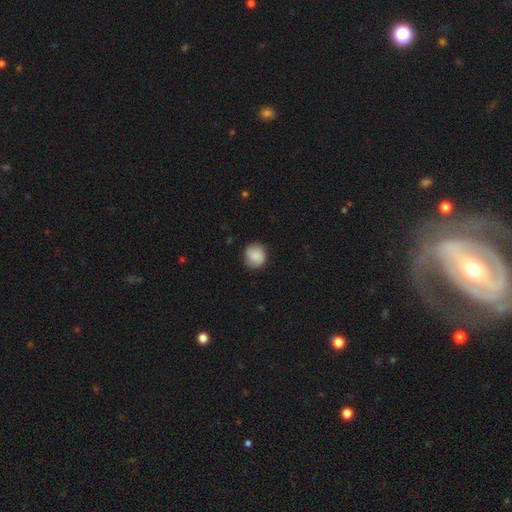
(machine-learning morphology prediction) Smooth or featured? smooth (83%)
How rounded? round (86%)
Merging? none (83%)